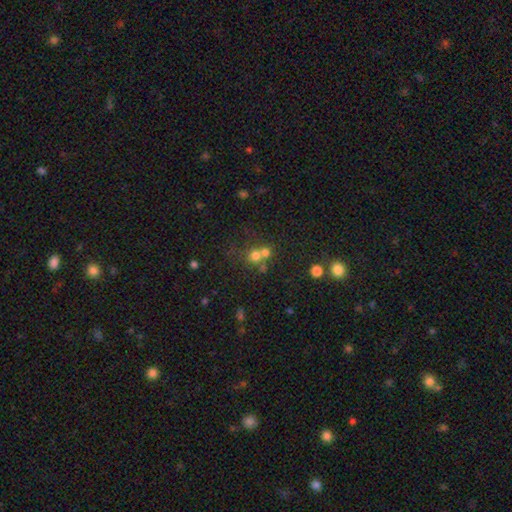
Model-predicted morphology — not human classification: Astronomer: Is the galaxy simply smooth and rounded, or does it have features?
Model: smooth — 66%.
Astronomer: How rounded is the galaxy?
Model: round — 87%.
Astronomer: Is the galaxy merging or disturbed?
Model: merger — 47% (runner-up: none, 43%).